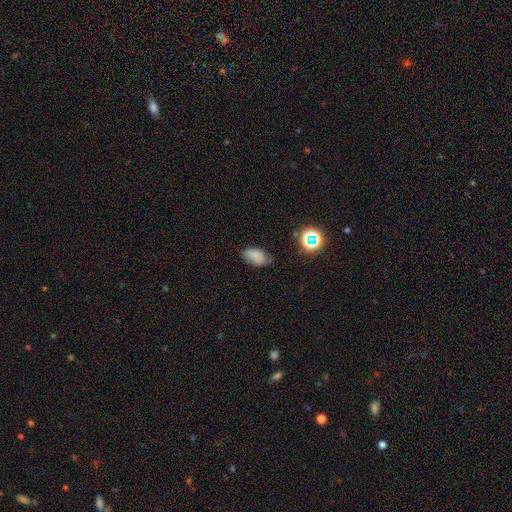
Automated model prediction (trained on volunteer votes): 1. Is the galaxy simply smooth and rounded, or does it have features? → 72% smooth, 15% star or artifact, 13% featured or disk.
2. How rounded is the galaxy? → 91% in between, 7% round, 2% cigar-shaped.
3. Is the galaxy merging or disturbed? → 64% none, 28% minor disturbance, 7% major disturbance, 2% merger.